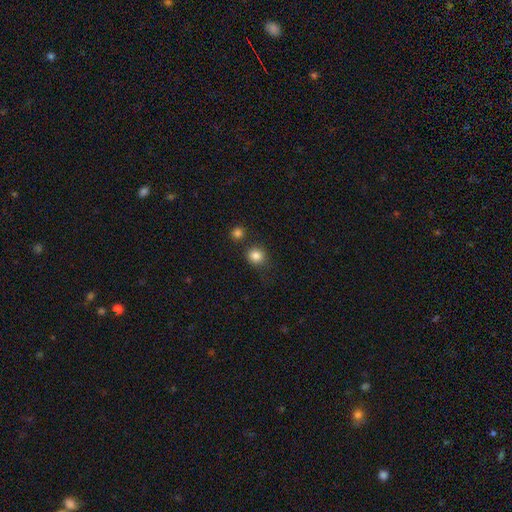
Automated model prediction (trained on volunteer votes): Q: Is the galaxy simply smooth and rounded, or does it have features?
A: smooth — 84%.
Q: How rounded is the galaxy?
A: round — 86%.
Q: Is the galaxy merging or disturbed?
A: none — 75%.